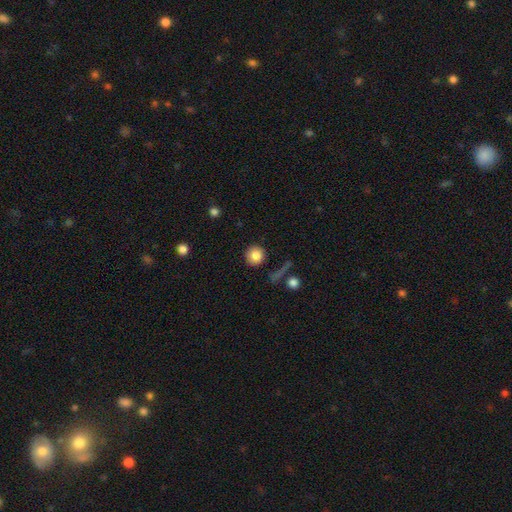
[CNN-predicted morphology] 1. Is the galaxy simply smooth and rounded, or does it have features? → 84% smooth, 9% star or artifact, 7% featured or disk.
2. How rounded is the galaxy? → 92% round, 7% in between, 1% cigar-shaped.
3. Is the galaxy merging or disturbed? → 84% none, 9% minor disturbance, 4% major disturbance, 3% merger.